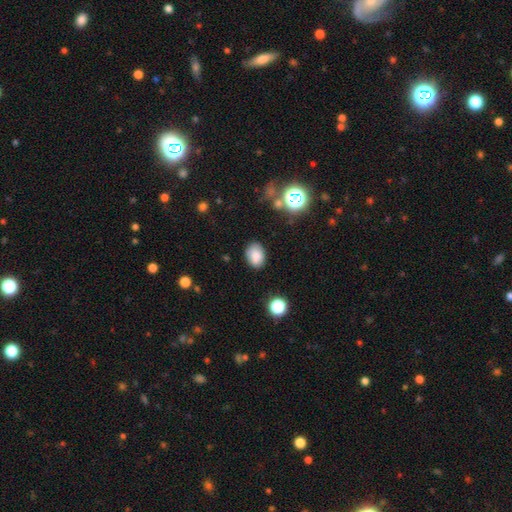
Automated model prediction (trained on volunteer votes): Smooth or featured?
  - smooth: 82% *
  - star or artifact: 10%
  - featured or disk: 7%
How rounded?
  - in between: 74% *
  - round: 25%
  - cigar-shaped: 1%
Merging?
  - none: 82% *
  - minor disturbance: 13%
  - major disturbance: 3%
  - merger: 2%